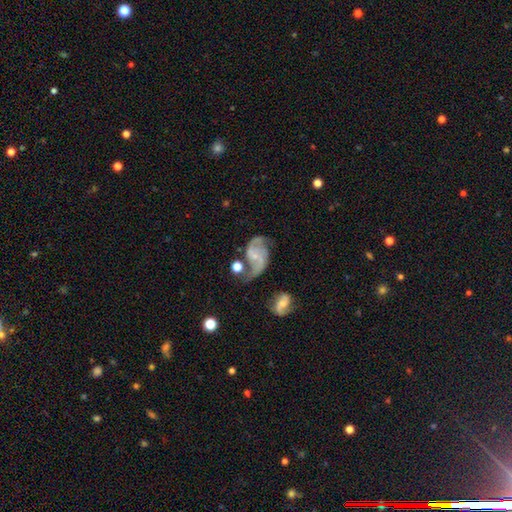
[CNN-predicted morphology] Q: Smooth or featured?
A: featured or disk (85%); runner-up: smooth (9%)
Q: Edge-on disk?
A: no (98%); runner-up: yes (2%)
Q: Bar?
A: no (55%); runner-up: weak (36%)
Q: Spiral arms?
A: yes (95%); runner-up: no (5%)
Q: Spiral winding?
A: loose (46%); runner-up: medium (42%)
Q: Spiral arm count?
A: 2 (90%); runner-up: can't tell (4%)
Q: Bulge size?
A: small (67%); runner-up: none (15%)
Q: Merging?
A: none (52%); runner-up: minor disturbance (22%)